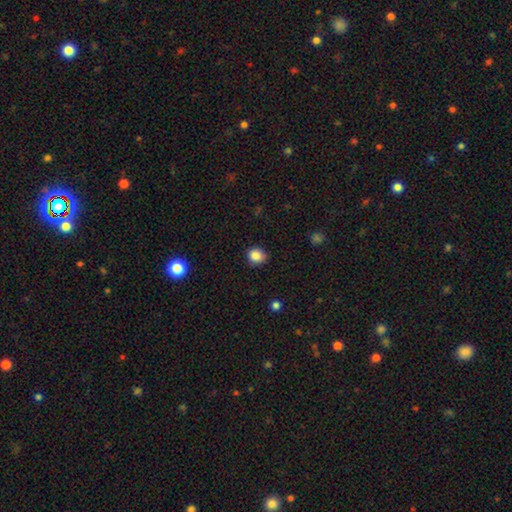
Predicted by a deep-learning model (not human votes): A smooth galaxy with no disk features (86%) that is round (72%).

Vote fractions:
- Smooth or featured? smooth: 86% / star or artifact: 10% / featured or disk: 4%
- How rounded? round: 72% / in between: 27% / cigar-shaped: 1%
- Merging? none: 82% / minor disturbance: 14% / major disturbance: 3% / merger: 1%